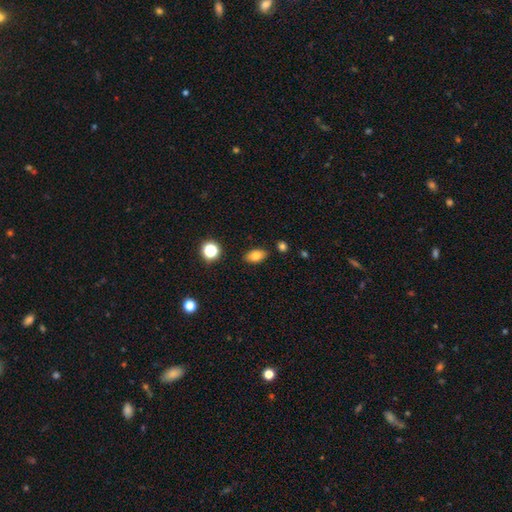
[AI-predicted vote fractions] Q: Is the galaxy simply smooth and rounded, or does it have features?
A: smooth — 79%.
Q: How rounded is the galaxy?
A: in between — 88%.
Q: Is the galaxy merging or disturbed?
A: none — 84%.